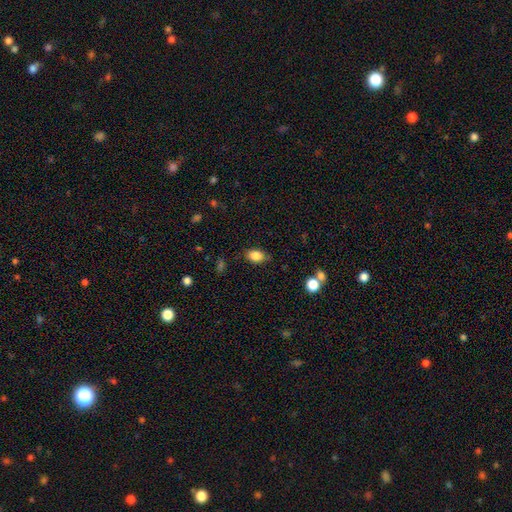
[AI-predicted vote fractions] Smooth or featured: smooth — 85% (star or artifact — 9%)
How rounded: in between — 82% (round — 16%)
Merging: none — 81% (minor disturbance — 14%)